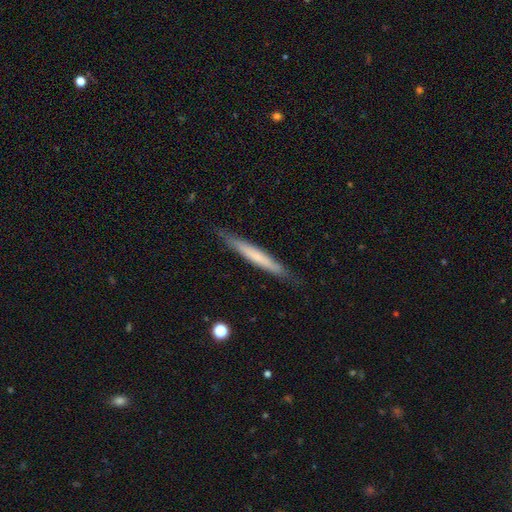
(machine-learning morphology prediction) smooth_or_featured: smooth (p=0.56) [alt: featured or disk p=0.38]
how_rounded: cigar-shaped (p=0.96) [alt: in between p=0.03]
merging: none (p=0.87) [alt: minor disturbance p=0.10]